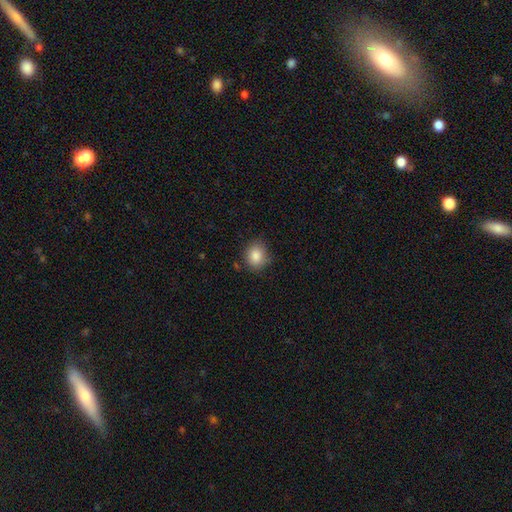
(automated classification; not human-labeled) Smooth or featured? smooth (86%)
How rounded? round (73%)
Merging? none (81%)